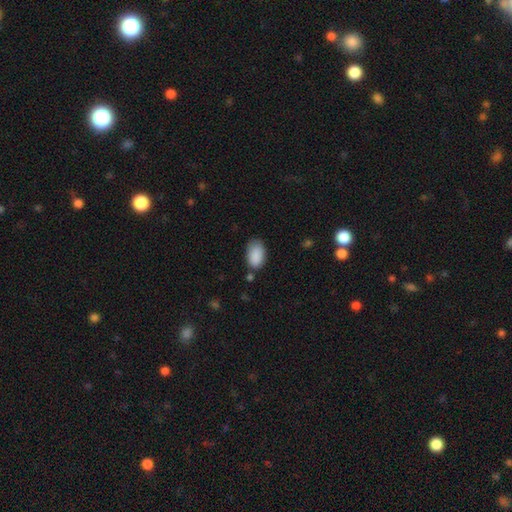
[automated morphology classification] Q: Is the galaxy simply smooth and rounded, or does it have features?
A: smooth — 89%.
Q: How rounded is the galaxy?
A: in between — 93%.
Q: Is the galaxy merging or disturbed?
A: none — 70%.